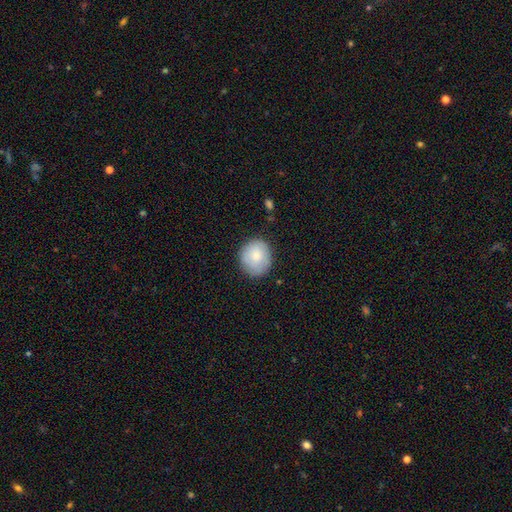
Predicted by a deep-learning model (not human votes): Smooth or featured: smooth — 79% (featured or disk — 15%)
How rounded: round — 80% (in between — 19%)
Merging: none — 80% (minor disturbance — 15%)